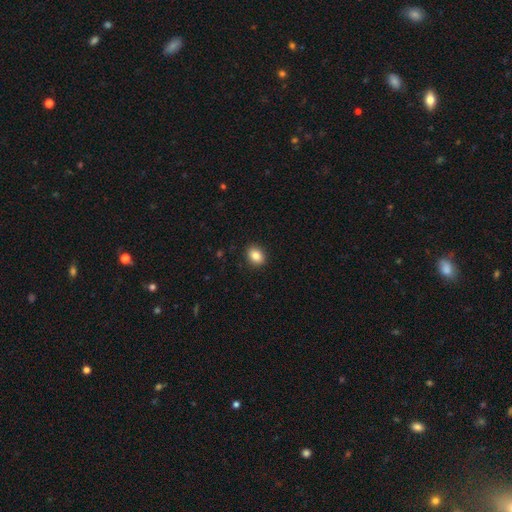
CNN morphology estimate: Smooth or featured?
  - smooth: 85% *
  - star or artifact: 9%
  - featured or disk: 6%
How rounded?
  - in between: 63% *
  - round: 36%
  - cigar-shaped: 1%
Merging?
  - none: 90% *
  - minor disturbance: 7%
  - major disturbance: 2%
  - merger: 1%